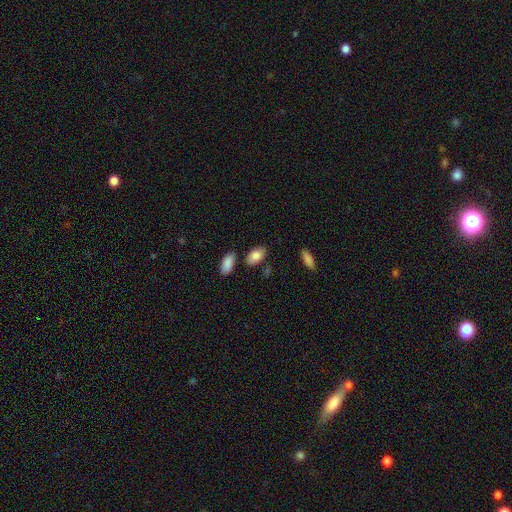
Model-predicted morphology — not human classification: A smooth galaxy with no disk features (84%) that is in between round and cigar-shaped (93%).

Vote fractions:
- Smooth or featured? smooth: 84% / featured or disk: 9% / star or artifact: 7%
- How rounded? in between: 93% / round: 5% / cigar-shaped: 2%
- Merging? none: 79% / minor disturbance: 12% / merger: 6% / major disturbance: 3%